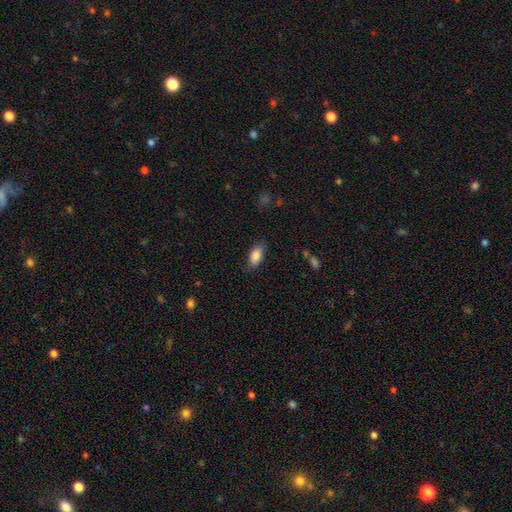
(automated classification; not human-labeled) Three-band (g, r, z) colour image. It shows a smooth galaxy with no disk features (86%) that is in between round and cigar-shaped (88%). Merging: none (80%).